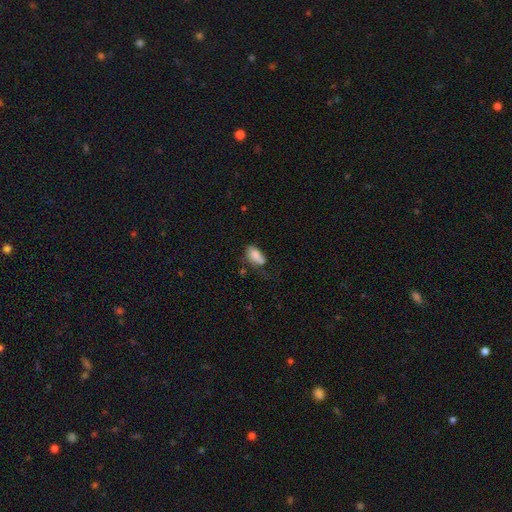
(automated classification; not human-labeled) A smooth galaxy with no disk features (77%) that is in between round and cigar-shaped (91%). Merging: none (37%).